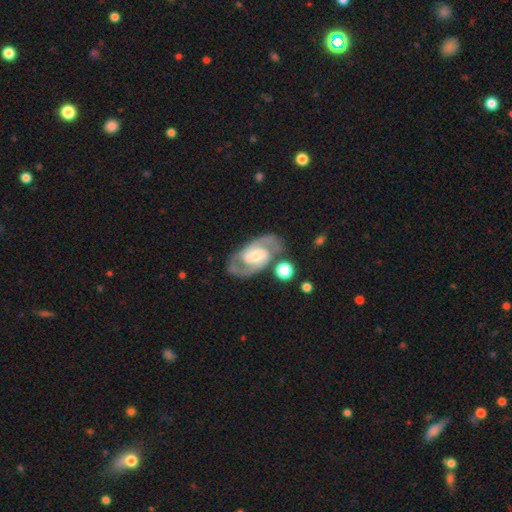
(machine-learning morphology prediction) A featured or disk galaxy (85%) with a weak bar (47%), 2 (90%) medium (56%) spiral arms (96%) and a moderate central bulge (44%). Merging: none (76%).